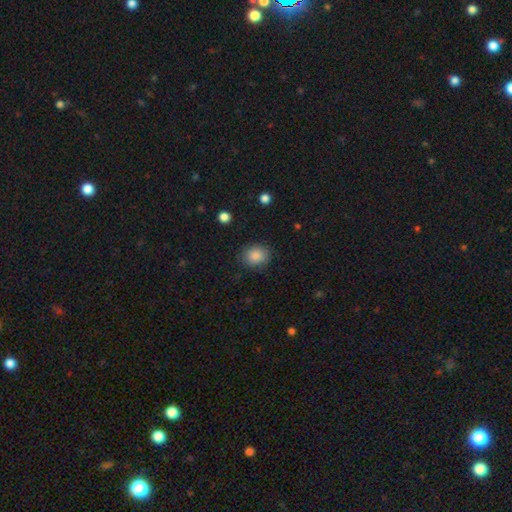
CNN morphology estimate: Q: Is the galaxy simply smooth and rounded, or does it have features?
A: smooth — 86%.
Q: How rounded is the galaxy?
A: round — 68%.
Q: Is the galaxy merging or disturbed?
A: none — 84%.